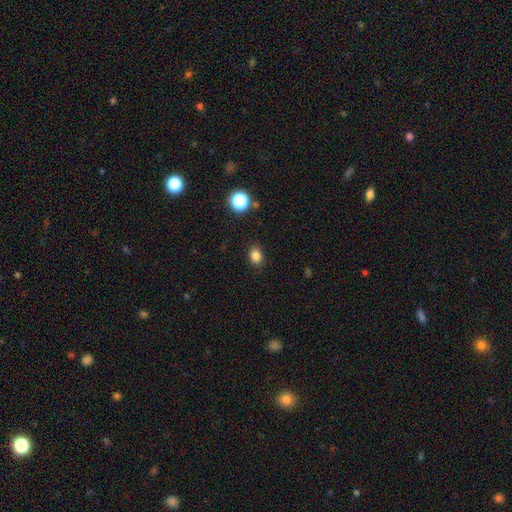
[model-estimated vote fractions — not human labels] This is clearly a smooth galaxy (83%). How rounded: possibly in between (51%). Merging: clearly none (89%).